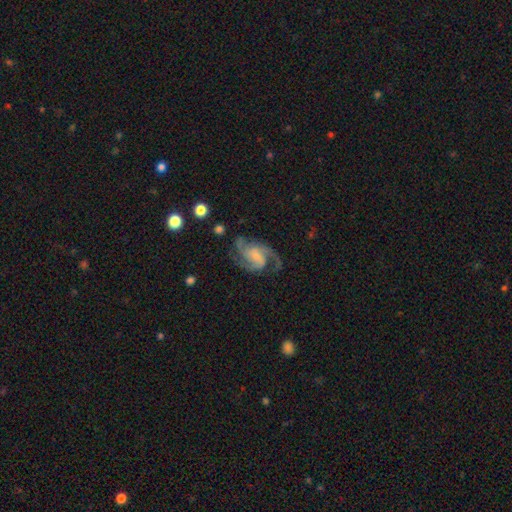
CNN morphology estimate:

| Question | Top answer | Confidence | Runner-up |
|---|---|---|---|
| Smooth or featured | featured or disk | 88% | smooth (7%) |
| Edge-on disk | no | 98% | yes (2%) |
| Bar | no | 47% | weak (41%) |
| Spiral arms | yes | 98% | no (2%) |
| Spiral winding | medium | 56% | tight (22%) |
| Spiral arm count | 3 | 41% | 2 (31%) |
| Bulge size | small | 52% | moderate (22%) |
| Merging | none | 65% | minor disturbance (17%) |